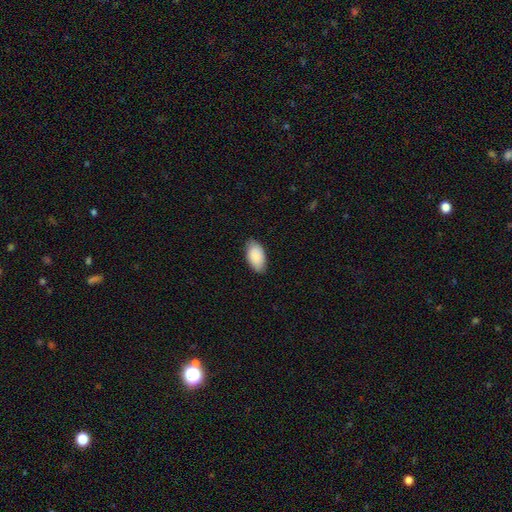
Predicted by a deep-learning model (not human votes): Q: Smooth or featured?
A: smooth (88%); runner-up: featured or disk (6%)
Q: How rounded?
A: in between (95%); runner-up: round (3%)
Q: Merging?
A: none (82%); runner-up: minor disturbance (15%)